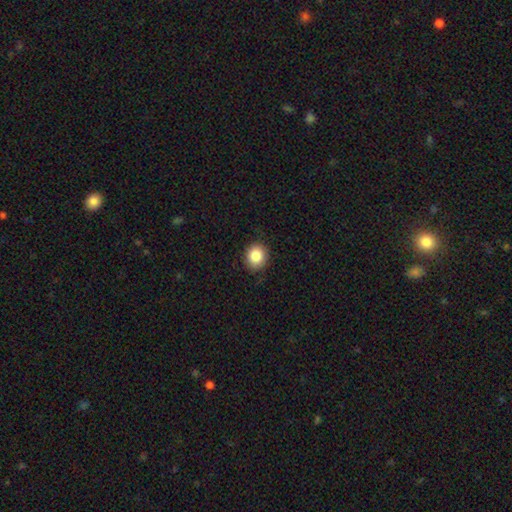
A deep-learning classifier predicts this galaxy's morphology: The model was most divided on "how rounded": round: 78%, in between: 21%, cigar-shaped: 1%. More confident: merging — none (87%); smooth or featured — smooth (86%).